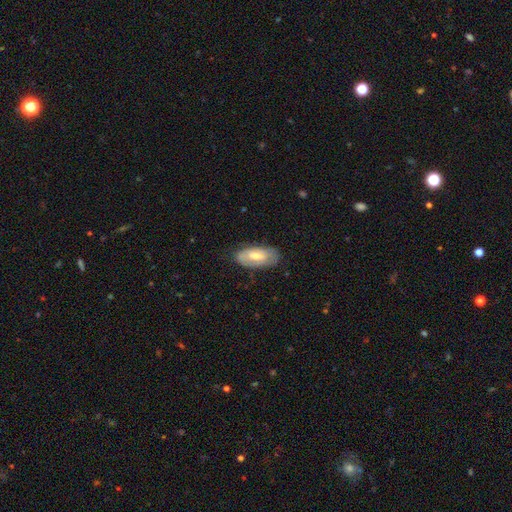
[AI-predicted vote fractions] smooth-or-featured: smooth: 54% | featured or disk: 40% | star or artifact: 6%
  how-rounded: in between: 90% | cigar-shaped: 7% | round: 3%
  merging: none: 71% | minor disturbance: 22% | major disturbance: 6% | merger: 1%